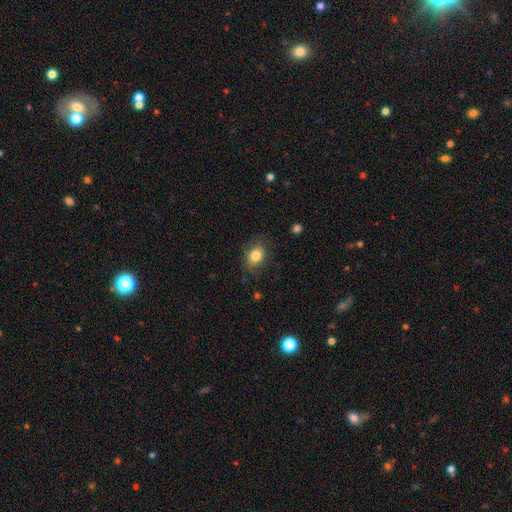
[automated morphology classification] smooth-or-featured: smooth: 81% | featured or disk: 10% | star or artifact: 9%
  how-rounded: in between: 69% | round: 29% | cigar-shaped: 1%
  merging: none: 78% | minor disturbance: 16% | major disturbance: 5% | merger: 1%